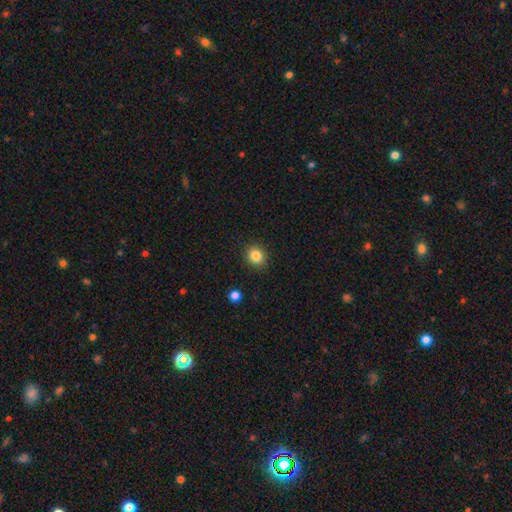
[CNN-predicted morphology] A smooth galaxy with no disk features (85%) that is round (80%).

Vote fractions:
- Smooth or featured? smooth: 85% / star or artifact: 11% / featured or disk: 5%
- How rounded? round: 80% / in between: 19% / cigar-shaped: 1%
- Merging? none: 89% / minor disturbance: 7% / major disturbance: 2% / merger: 1%